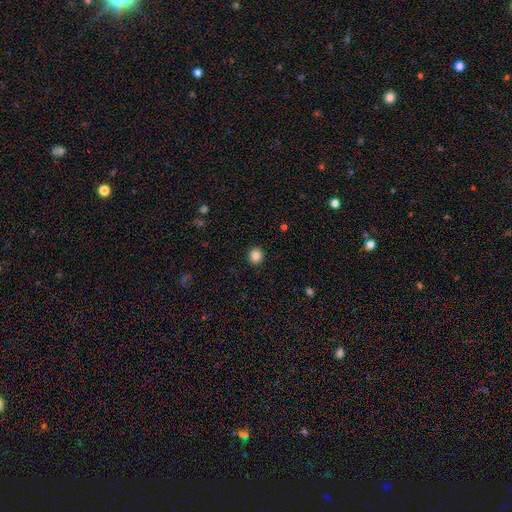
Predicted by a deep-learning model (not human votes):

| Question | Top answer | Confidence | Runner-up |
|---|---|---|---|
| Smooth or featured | smooth | 85% | star or artifact (11%) |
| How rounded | round | 91% | in between (8%) |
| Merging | none | 92% | minor disturbance (5%) |